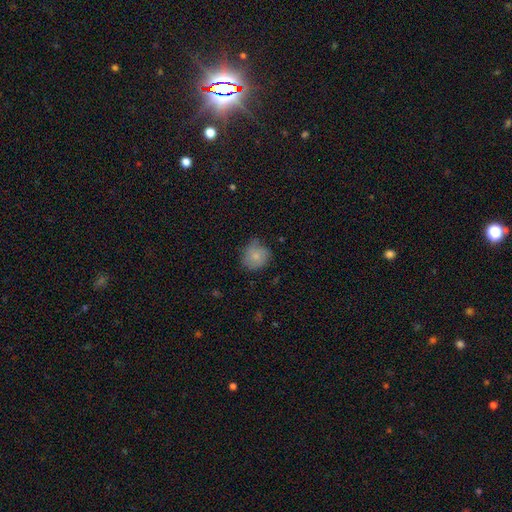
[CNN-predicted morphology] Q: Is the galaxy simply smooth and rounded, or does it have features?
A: smooth — 78%.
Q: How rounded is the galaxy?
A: round — 82%.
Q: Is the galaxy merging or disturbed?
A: none — 61%.